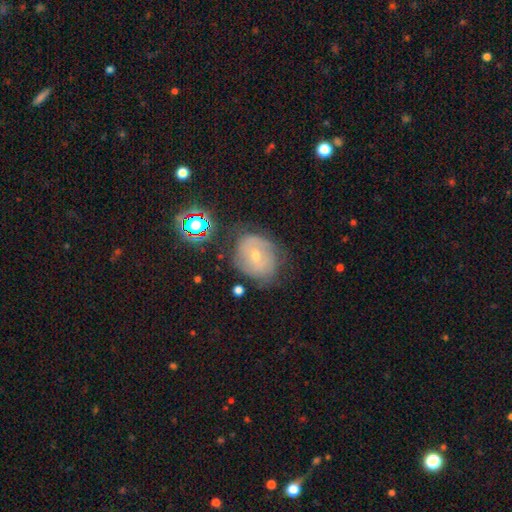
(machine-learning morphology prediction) This appears to be a featured or disk galaxy (56%) with no bar (58%), spiral arms (74%) and a small central bulge (58%). Merging: none (61%).